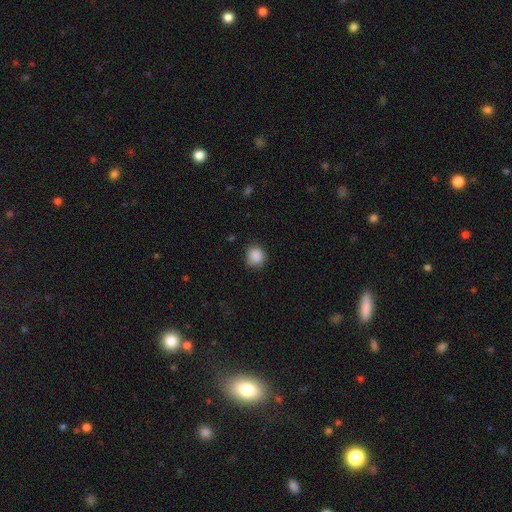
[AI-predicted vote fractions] Q: Smooth or featured?
A: smooth (88%); runner-up: star or artifact (9%)
Q: How rounded?
A: round (83%); runner-up: in between (16%)
Q: Merging?
A: none (81%); runner-up: minor disturbance (14%)